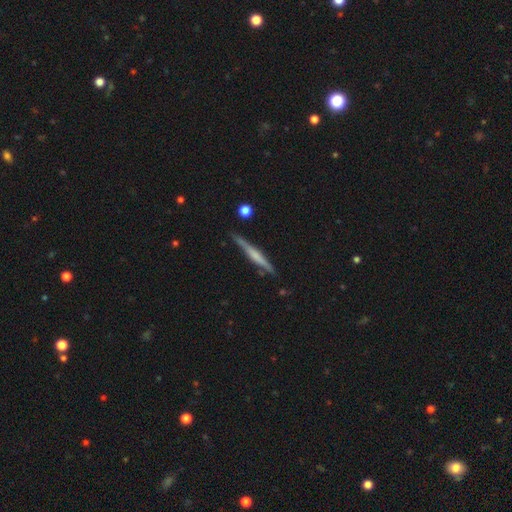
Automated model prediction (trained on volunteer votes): Smooth or featured? featured or disk (62%)
Edge-on disk? yes (97%)
Edge-on bulge? rounded (40%)
Merging? none (84%)